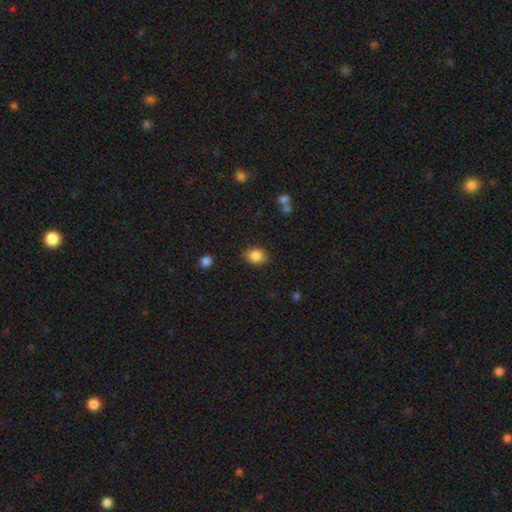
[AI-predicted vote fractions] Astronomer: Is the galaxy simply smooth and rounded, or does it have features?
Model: smooth — 87%.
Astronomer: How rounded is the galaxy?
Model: in between — 62%.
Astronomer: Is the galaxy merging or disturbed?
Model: none — 84%.